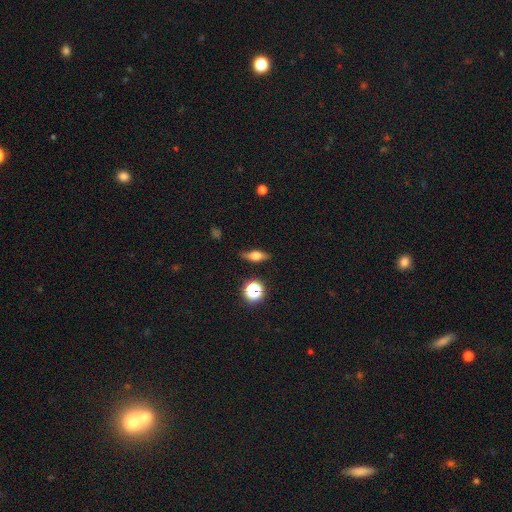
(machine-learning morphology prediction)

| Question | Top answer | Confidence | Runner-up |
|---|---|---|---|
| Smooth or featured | smooth | 51% | featured or disk (38%) |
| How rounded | in between | 54% | cigar-shaped (35%) |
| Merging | none | 82% | minor disturbance (13%) |